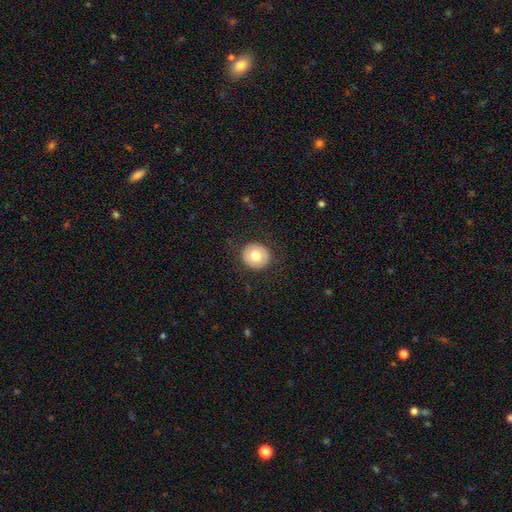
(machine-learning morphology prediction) A smooth galaxy with no disk features (74%) that is round (87%). Merging: none (89%).